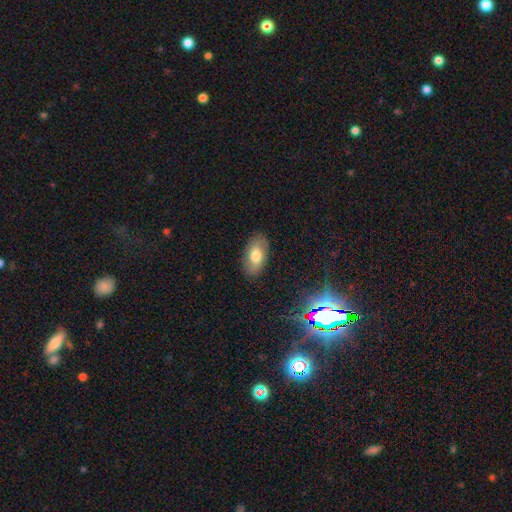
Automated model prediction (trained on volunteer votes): Smooth or featured? Predicted: smooth (p=0.67). How rounded? Predicted: in between (p=0.93). Merging? Predicted: none (p=0.86).